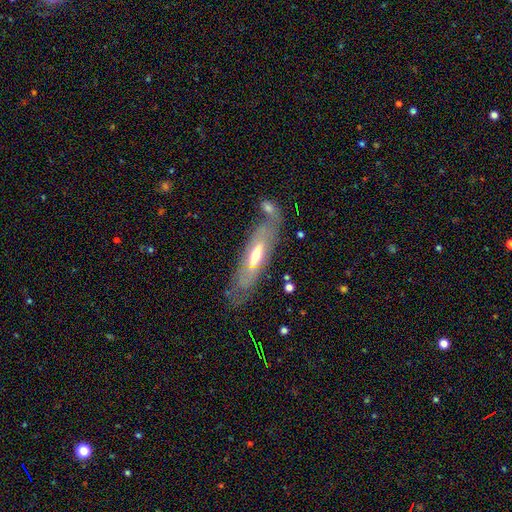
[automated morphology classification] featured or disk 60%, smooth 34%, star or artifact 6%. Down the decision tree: edge-on disk — no (57%); merging — none (66%).